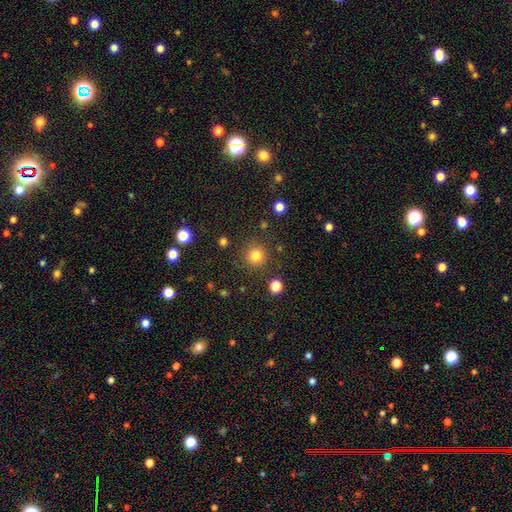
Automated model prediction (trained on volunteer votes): smooth-or-featured: smooth: 81% | star or artifact: 14% | featured or disk: 5%
  how-rounded: round: 95% | in between: 4% | cigar-shaped: 1%
  merging: none: 87% | minor disturbance: 7% | major disturbance: 3% | merger: 3%